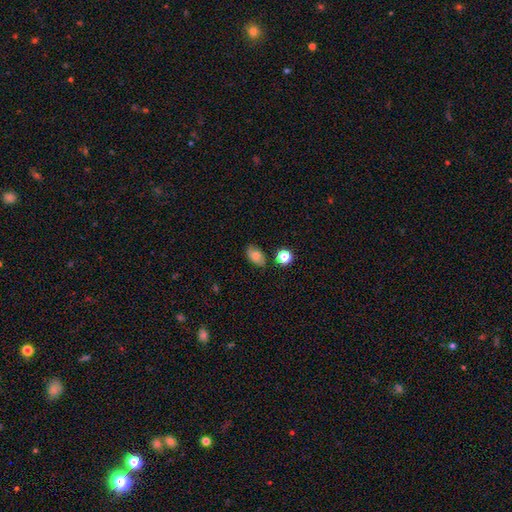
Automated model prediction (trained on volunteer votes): smooth_or_featured: smooth (p=0.74) [alt: featured or disk p=0.16]
how_rounded: in between (p=0.87) [alt: round p=0.11]
merging: none (p=0.79) [alt: minor disturbance p=0.15]